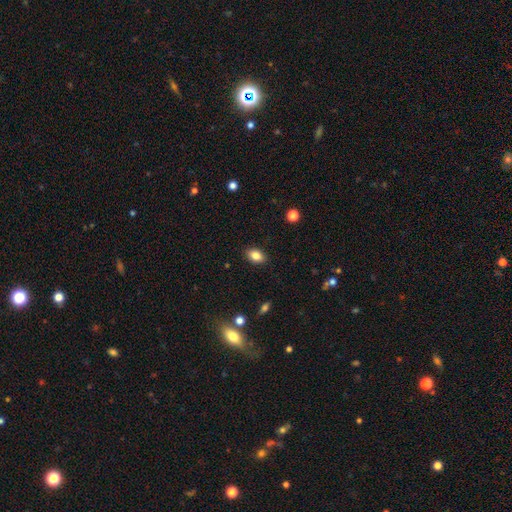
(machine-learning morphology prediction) Overall: smooth (84%). How rounded: in between (86%). Merging: none (88%).